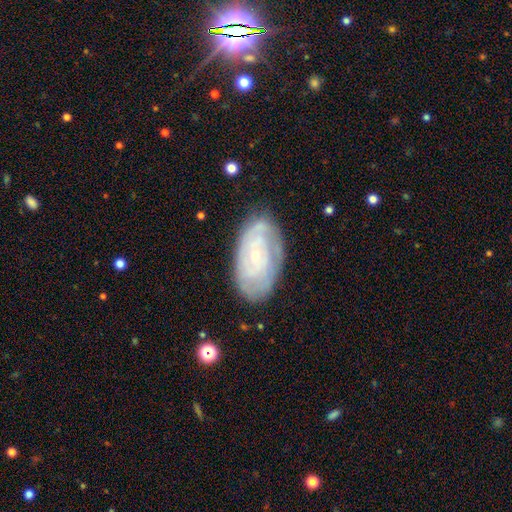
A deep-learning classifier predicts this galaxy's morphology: Smooth or featured? Predicted: featured or disk (p=0.75). Edge-on disk? Predicted: no (p=0.95). Bar? Predicted: no (p=0.74). Spiral arms? Predicted: yes (p=0.86). Spiral winding? Predicted: tight (p=0.72). Spiral arm count? Predicted: can't tell (p=0.49). Bulge size? Predicted: small (p=0.80). Merging? Predicted: none (p=0.77).